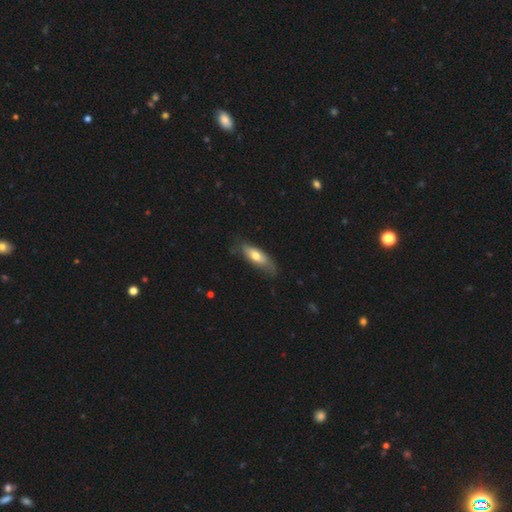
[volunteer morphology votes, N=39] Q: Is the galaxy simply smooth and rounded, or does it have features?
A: smooth — 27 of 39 (69%).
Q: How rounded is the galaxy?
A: in between — 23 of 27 (85%).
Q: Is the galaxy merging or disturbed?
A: none — 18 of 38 (47%).